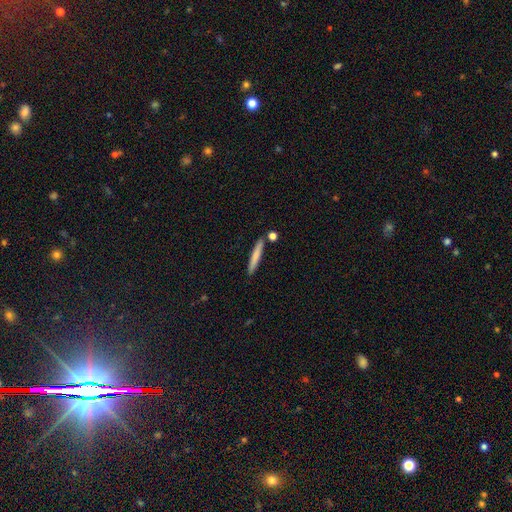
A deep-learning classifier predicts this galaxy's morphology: smooth 76%, featured or disk 19%, star or artifact 6%. Down the decision tree: how rounded — cigar-shaped (94%); merging — none (85%).